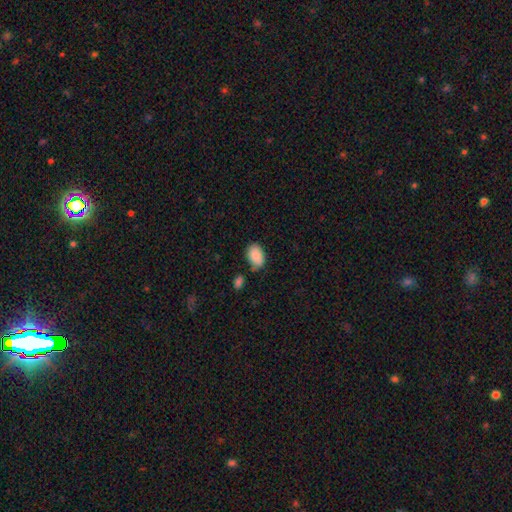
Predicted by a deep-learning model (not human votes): Smooth or featured?
  - smooth: 87% *
  - star or artifact: 7%
  - featured or disk: 5%
How rounded?
  - in between: 88% *
  - round: 11%
  - cigar-shaped: 1%
Merging?
  - none: 63% *
  - minor disturbance: 24%
  - merger: 7%
  - major disturbance: 6%